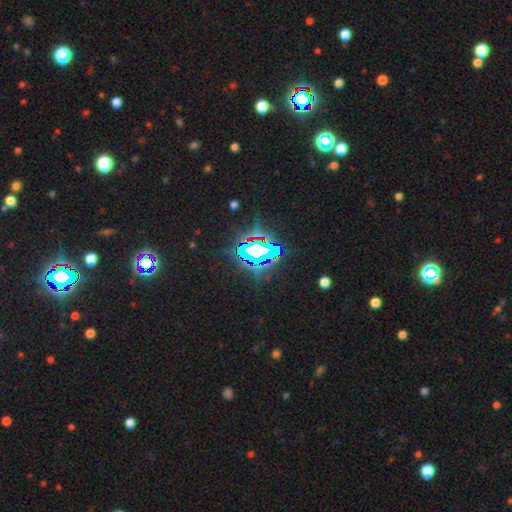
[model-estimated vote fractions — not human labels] Smooth or featured? star or artifact (72%)